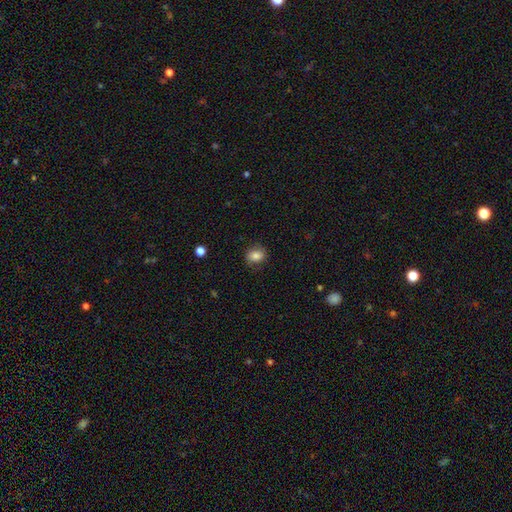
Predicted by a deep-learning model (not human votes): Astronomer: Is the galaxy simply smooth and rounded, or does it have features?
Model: smooth — 81%.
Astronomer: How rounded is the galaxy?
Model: round — 56% (runner-up: in between, 43%).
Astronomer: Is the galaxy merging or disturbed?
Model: none — 81%.